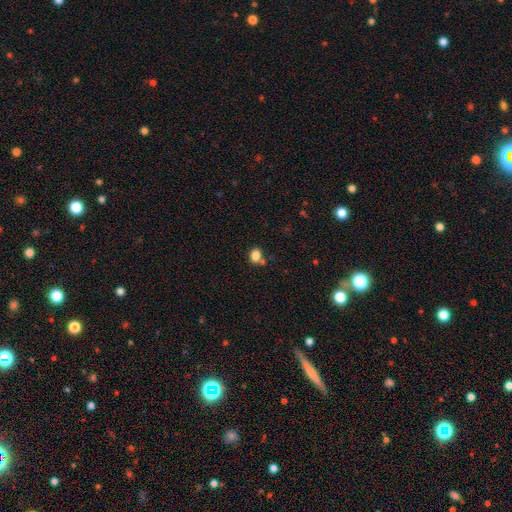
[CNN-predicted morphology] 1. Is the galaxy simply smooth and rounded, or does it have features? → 83% smooth, 12% star or artifact, 5% featured or disk.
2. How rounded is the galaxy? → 52% round, 47% in between, 1% cigar-shaped.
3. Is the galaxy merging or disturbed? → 64% none, 18% merger, 14% minor disturbance, 5% major disturbance.